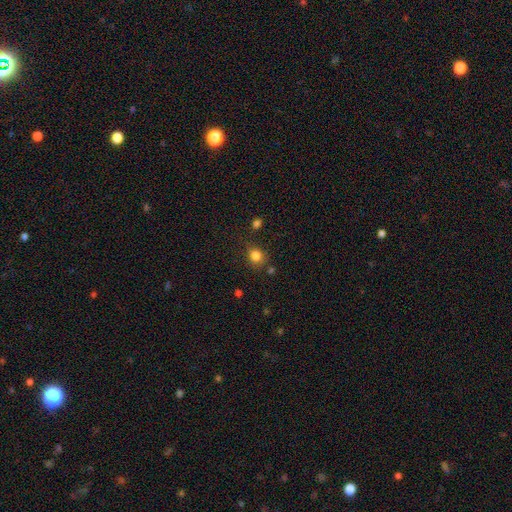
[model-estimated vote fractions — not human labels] This appears to be a smooth galaxy with no disk features (82%) that is round (78%). Merging: none (76%).